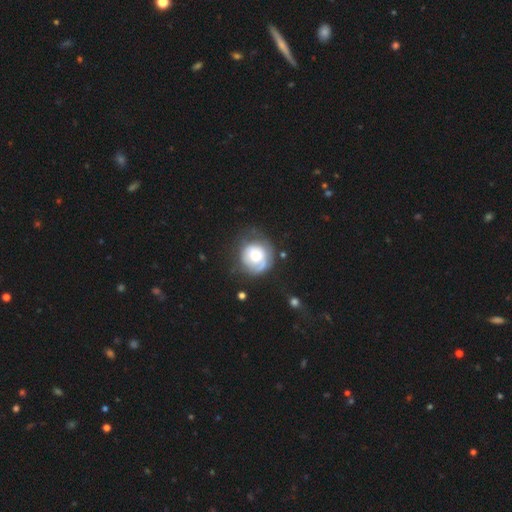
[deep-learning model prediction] This appears to be a smooth galaxy with no disk features (47%). Merging: none (54%).